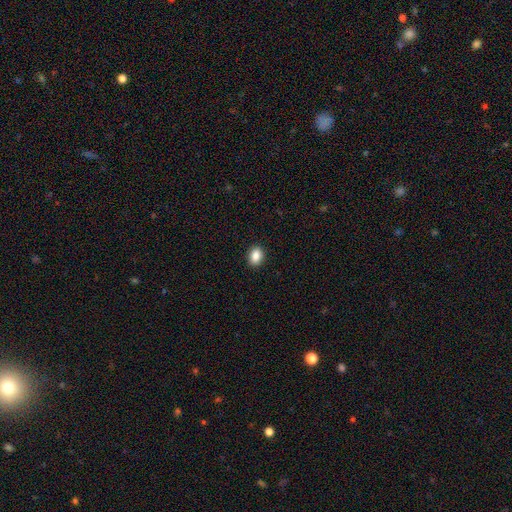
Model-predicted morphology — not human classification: This is clearly a smooth galaxy (88%). How rounded: likely in between (69%). Merging: clearly none (91%).